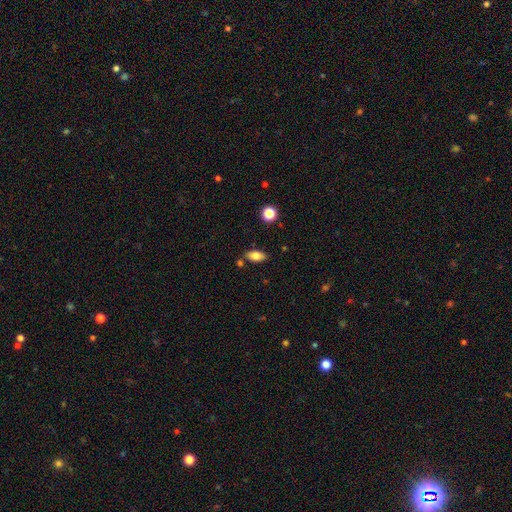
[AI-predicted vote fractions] Smooth or featured? smooth (80%)
How rounded? in between (89%)
Merging? none (79%)